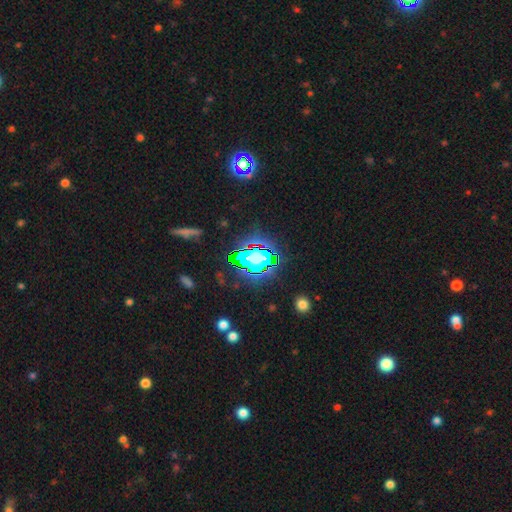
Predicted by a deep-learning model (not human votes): smooth-or-featured: star or artifact: 65% | smooth: 19% | featured or disk: 16%